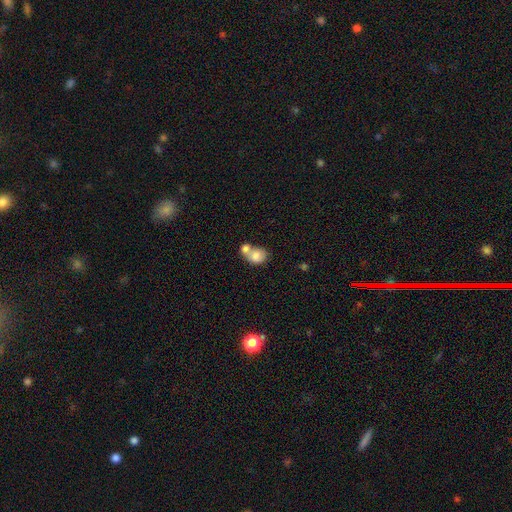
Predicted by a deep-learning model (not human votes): A smooth galaxy with no disk features (79%) that is round (58%).

Vote fractions:
- Smooth or featured? smooth: 79% / featured or disk: 14% / star or artifact: 8%
- How rounded? round: 58% / in between: 41% / cigar-shaped: 1%
- Merging? merger: 64% / none: 24% / minor disturbance: 8% / major disturbance: 4%